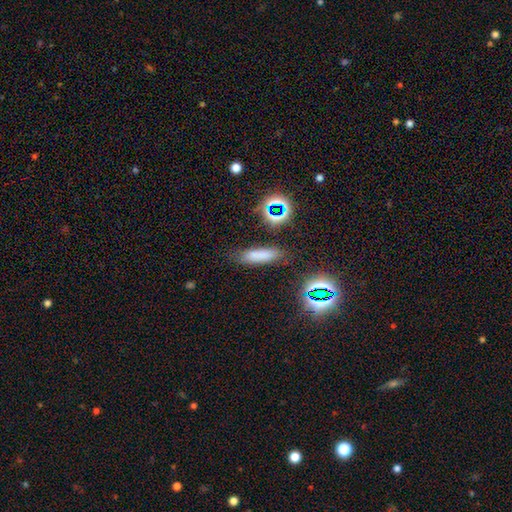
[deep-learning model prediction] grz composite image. It shows a smooth galaxy with no disk features (64%) that is cigar-shaped (68%). Merging: none (79%).